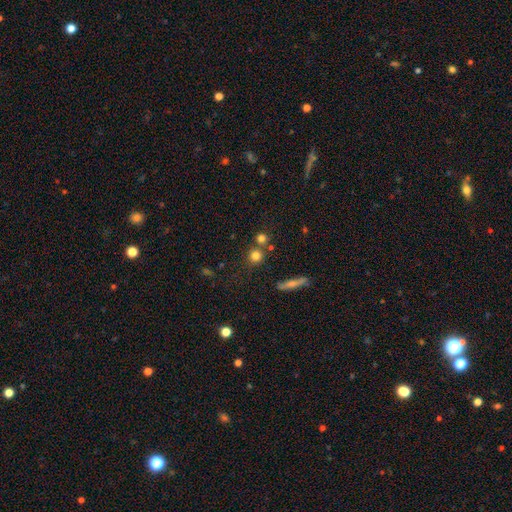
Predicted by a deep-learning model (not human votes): Overall: smooth (77%). How rounded: round (90%). Merging: none (68%).